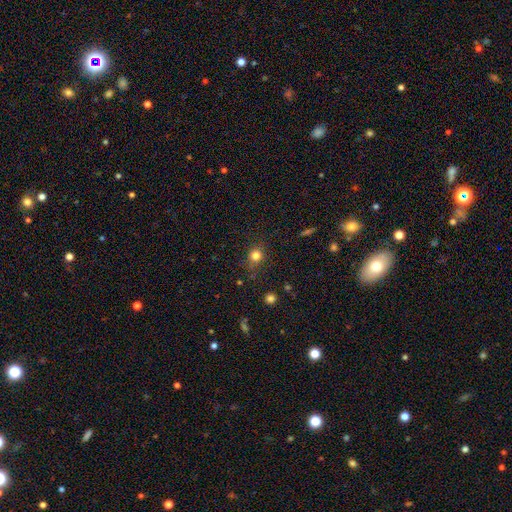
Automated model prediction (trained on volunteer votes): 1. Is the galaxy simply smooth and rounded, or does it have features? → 80% smooth, 14% star or artifact, 6% featured or disk.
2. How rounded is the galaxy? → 82% round, 17% in between, 1% cigar-shaped.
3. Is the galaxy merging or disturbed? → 80% none, 14% minor disturbance, 4% major disturbance, 2% merger.